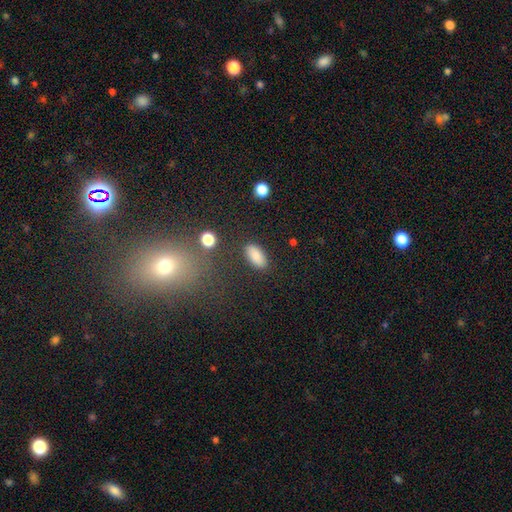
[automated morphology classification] The model was most divided on "merging": none: 86%, minor disturbance: 9%, major disturbance: 3%, merger: 2%. More confident: how rounded — in between (89%); smooth or featured — smooth (87%).